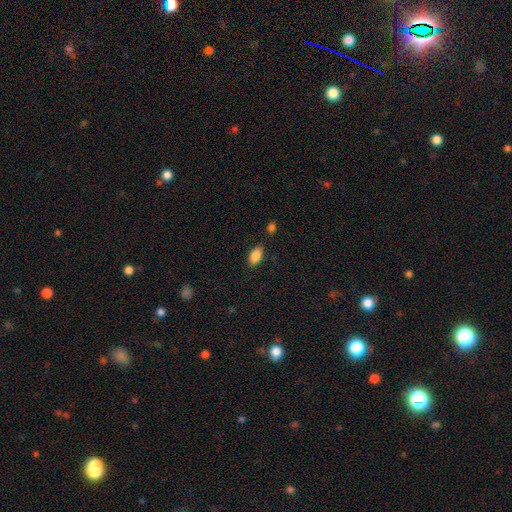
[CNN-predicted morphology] smooth 86%, star or artifact 8%, featured or disk 6%. Down the decision tree: how rounded — in between (91%); merging — none (81%).